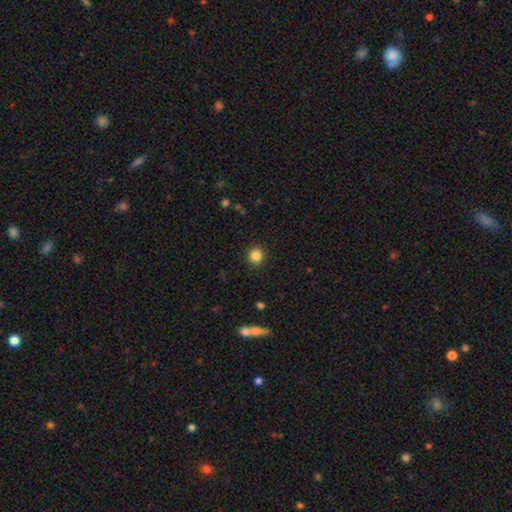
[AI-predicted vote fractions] This appears to be a smooth galaxy with no disk features (85%) that is round (87%). Merging: none (91%).